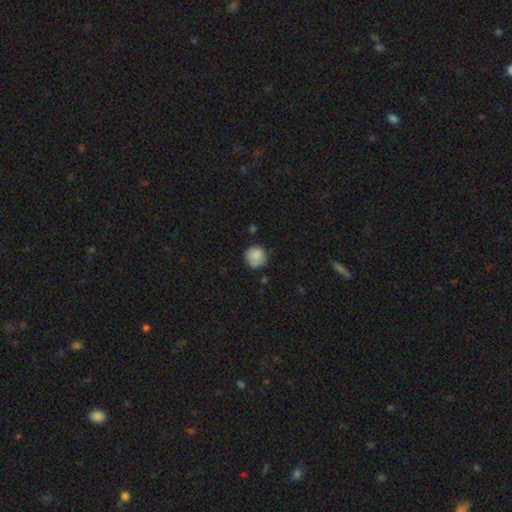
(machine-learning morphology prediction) smooth 85%, star or artifact 8%, featured or disk 7%. Down the decision tree: how rounded — round (92%); merging — none (75%).